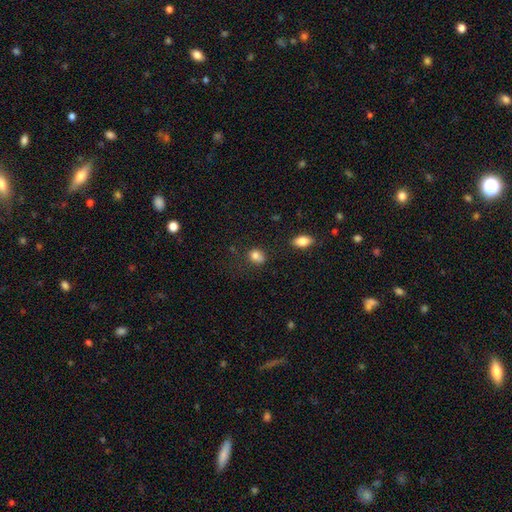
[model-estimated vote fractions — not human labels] A smooth galaxy with no disk features (82%) that is round (51%).

Vote fractions:
- Smooth or featured? smooth: 82% / star or artifact: 11% / featured or disk: 7%
- How rounded? round: 51% / in between: 48% / cigar-shaped: 1%
- Merging? none: 62% / minor disturbance: 22% / major disturbance: 8% / merger: 8%